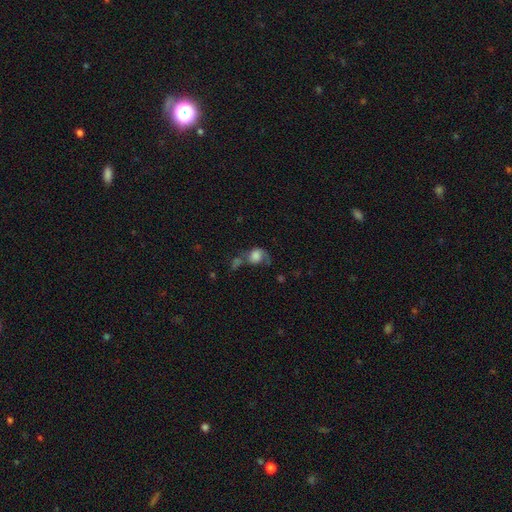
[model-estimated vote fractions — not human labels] Smooth or featured? Predicted: smooth (p=0.65). How rounded? Predicted: round (p=0.57). Merging? Predicted: merger (p=0.36).